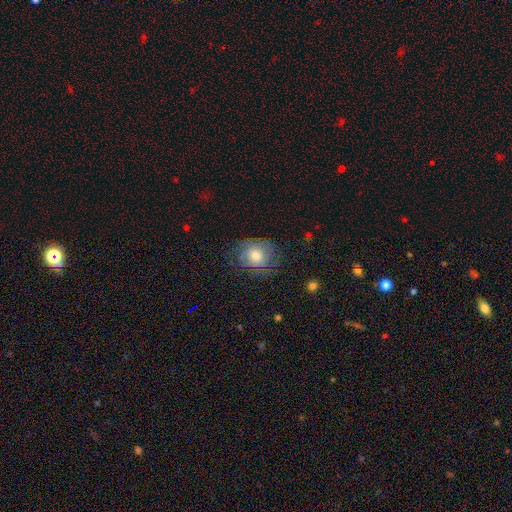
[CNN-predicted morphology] This is possibly a smooth galaxy (51%). How rounded: likely round (66%). Merging: likely none (66%).